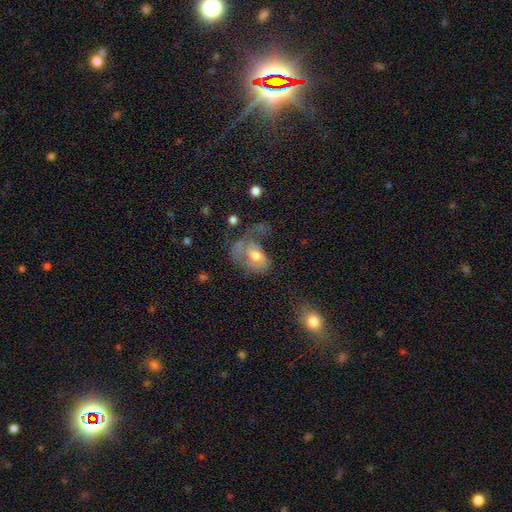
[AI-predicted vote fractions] smooth-or-featured: featured or disk: 51% | smooth: 40% | star or artifact: 9%
  disk-edge-on: no: 95% | yes: 5%
  merging: major disturbance: 50% | none: 23% | minor disturbance: 18% | merger: 8%